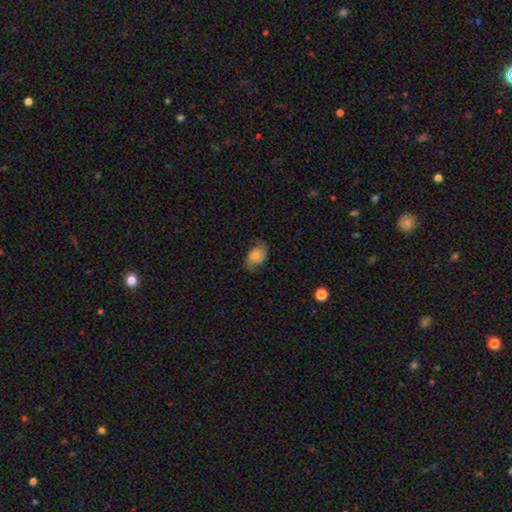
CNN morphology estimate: smooth 70%, featured or disk 22%, star or artifact 8%. Down the decision tree: how rounded — in between (76%); merging — none (63%).